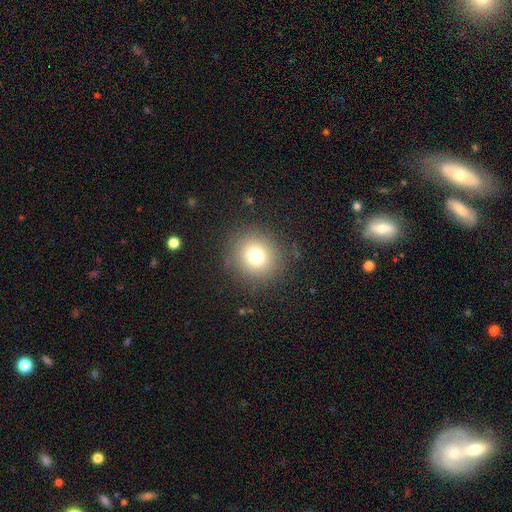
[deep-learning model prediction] smooth 75%, star or artifact 15%, featured or disk 10%. Down the decision tree: how rounded — round (88%); merging — none (86%).